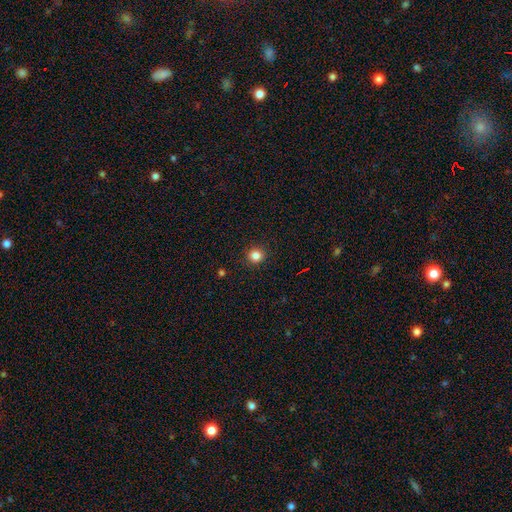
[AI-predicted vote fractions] This is clearly a smooth galaxy (84%). How rounded: clearly round (92%). Merging: clearly none (92%).